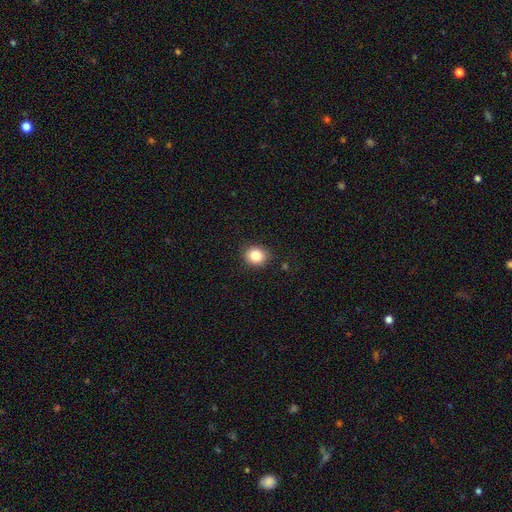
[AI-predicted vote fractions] Smooth or featured? Predicted: smooth (p=0.83). How rounded? Predicted: round (p=0.77). Merging? Predicted: none (p=0.89).